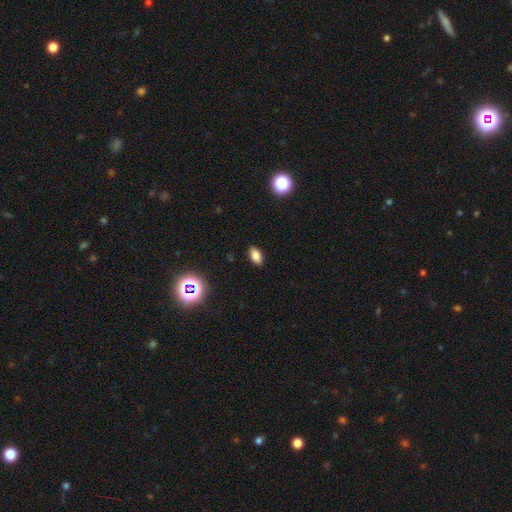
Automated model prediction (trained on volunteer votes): Smooth or featured: smooth — 79% (star or artifact — 14%)
How rounded: in between — 90% (round — 6%)
Merging: none — 88% (minor disturbance — 8%)